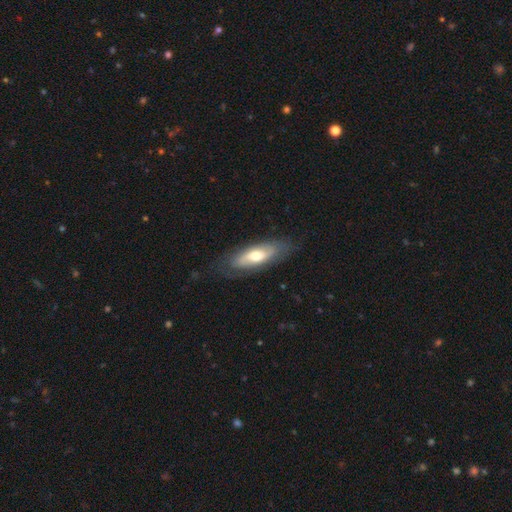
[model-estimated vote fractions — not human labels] A smooth galaxy with no disk features (49%).

Vote fractions:
- Smooth or featured? smooth: 49% / featured or disk: 45% / star or artifact: 6%
- Merging? none: 76% / minor disturbance: 17% / major disturbance: 6% / merger: 1%